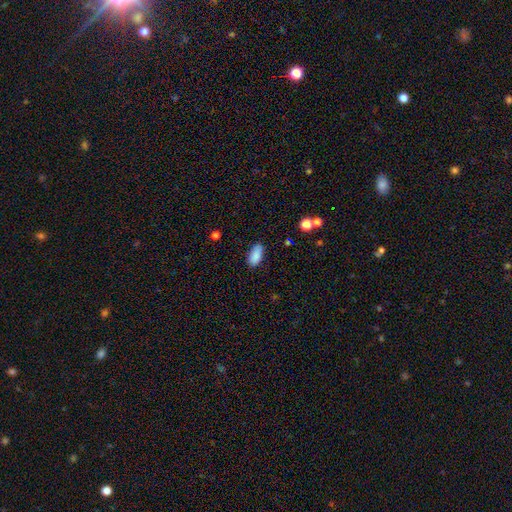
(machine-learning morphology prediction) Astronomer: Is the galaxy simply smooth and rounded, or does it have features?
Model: smooth — 87%.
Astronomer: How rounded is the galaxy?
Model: in between — 90%.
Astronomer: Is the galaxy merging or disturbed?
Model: none — 80%.